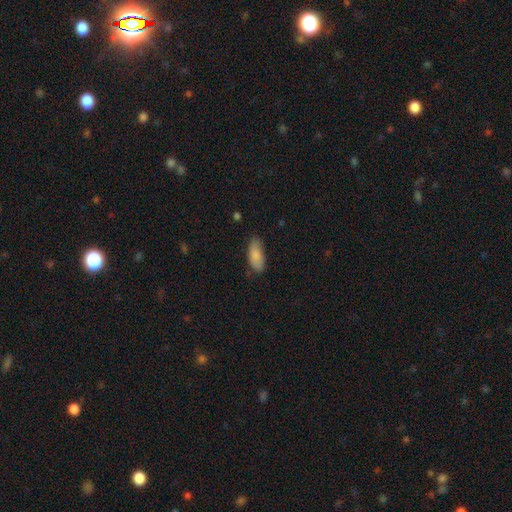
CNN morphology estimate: Smooth or featured: smooth — 86% (featured or disk — 7%)
How rounded: in between — 86% (cigar-shaped — 12%)
Merging: none — 71% (minor disturbance — 23%)